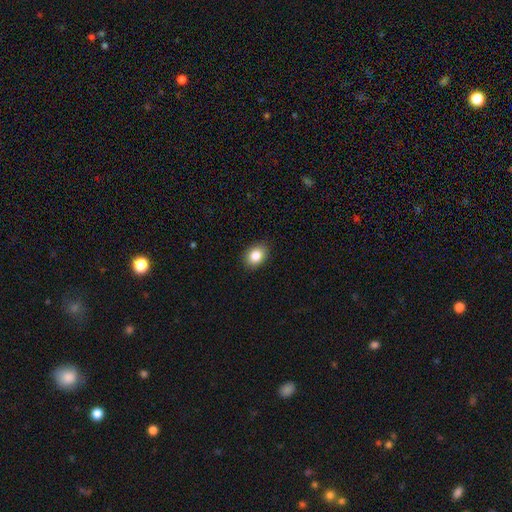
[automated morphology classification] This is clearly a smooth galaxy (84%). How rounded: likely in between (68%). Merging: clearly none (88%).